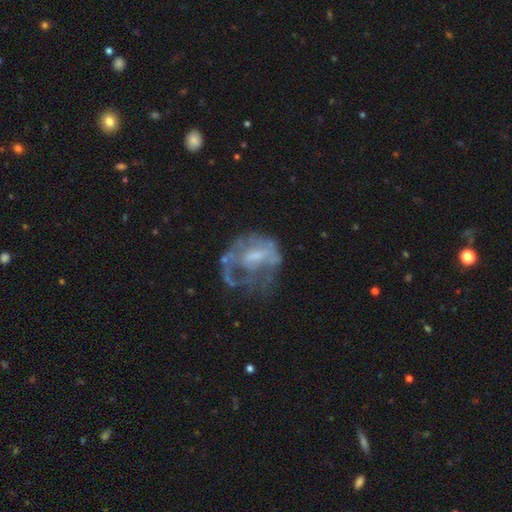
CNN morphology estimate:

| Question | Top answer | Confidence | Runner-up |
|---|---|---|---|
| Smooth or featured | featured or disk | 65% | smooth (24%) |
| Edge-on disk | no | 97% | yes (3%) |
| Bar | no | 58% | weak (33%) |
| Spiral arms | no | 65% | yes (35%) |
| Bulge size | small | 33% | tied: moderate (33%) |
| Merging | major disturbance | 40% | none (36%) |